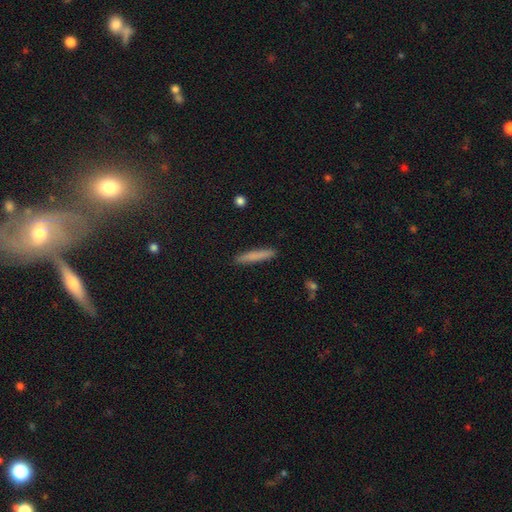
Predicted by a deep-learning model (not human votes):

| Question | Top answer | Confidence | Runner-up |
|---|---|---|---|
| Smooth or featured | smooth | 79% | featured or disk (14%) |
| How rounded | cigar-shaped | 94% | in between (5%) |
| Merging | none | 90% | minor disturbance (7%) |